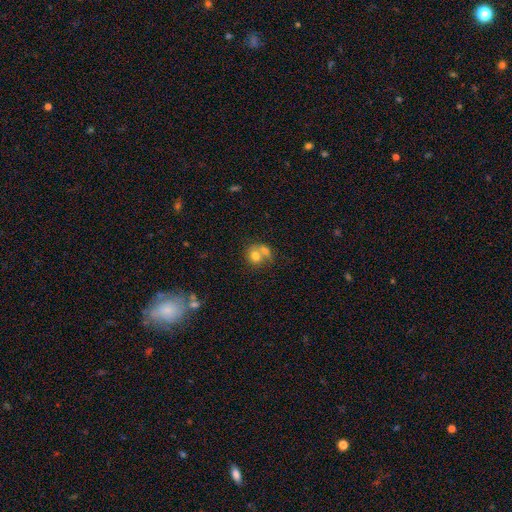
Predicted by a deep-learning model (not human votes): A smooth galaxy with no disk features (72%) that is round (66%).

Vote fractions:
- Smooth or featured? smooth: 72% / featured or disk: 19% / star or artifact: 9%
- How rounded? round: 66% / in between: 33% / cigar-shaped: 1%
- Merging? merger: 60% / none: 26% / minor disturbance: 8% / major disturbance: 6%